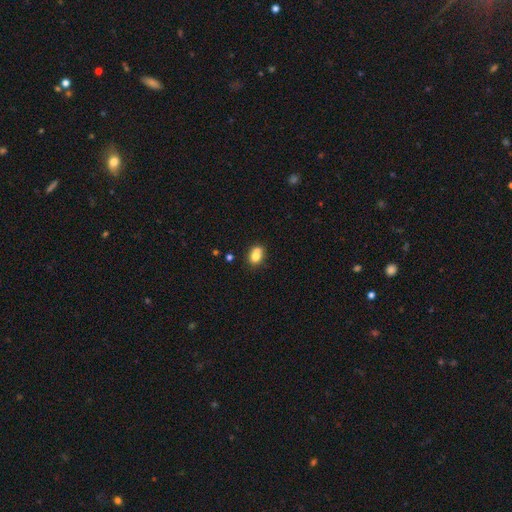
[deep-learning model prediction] Morphology: type=smooth (75%); roundness=in between (54%); merging=none (46%).